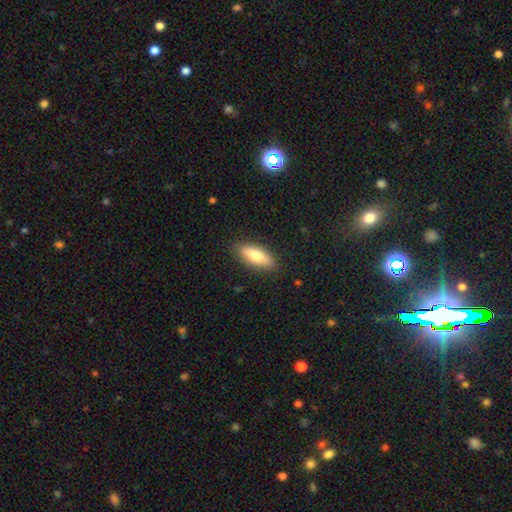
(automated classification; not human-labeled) Overall: smooth (76%). How rounded: in between (73%). Merging: none (87%).